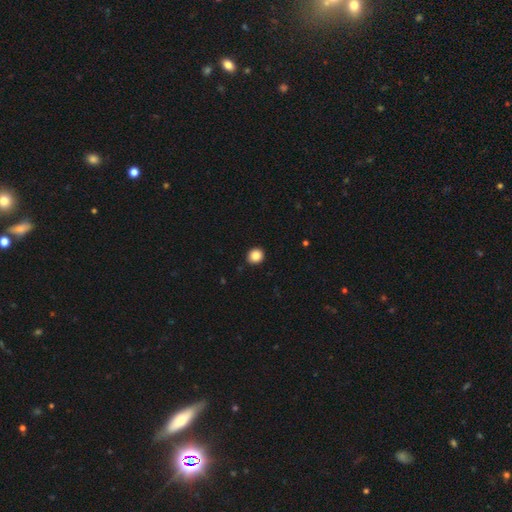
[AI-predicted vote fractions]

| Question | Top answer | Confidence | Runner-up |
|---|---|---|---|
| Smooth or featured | smooth | 86% | star or artifact (10%) |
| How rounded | round | 85% | in between (14%) |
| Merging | none | 92% | minor disturbance (6%) |